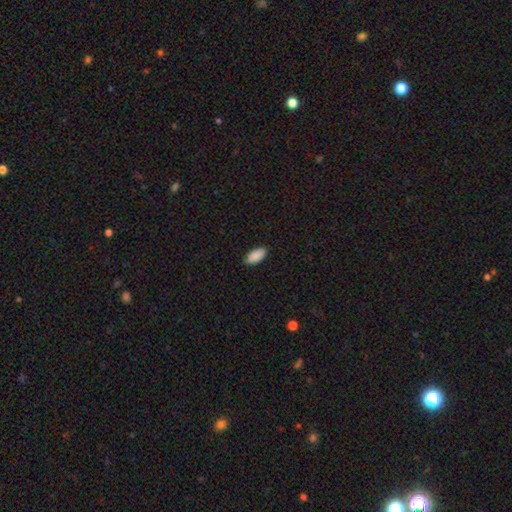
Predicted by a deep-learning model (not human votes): smooth 91%, star or artifact 6%, featured or disk 3%. Down the decision tree: how rounded — in between (93%); merging — none (89%).